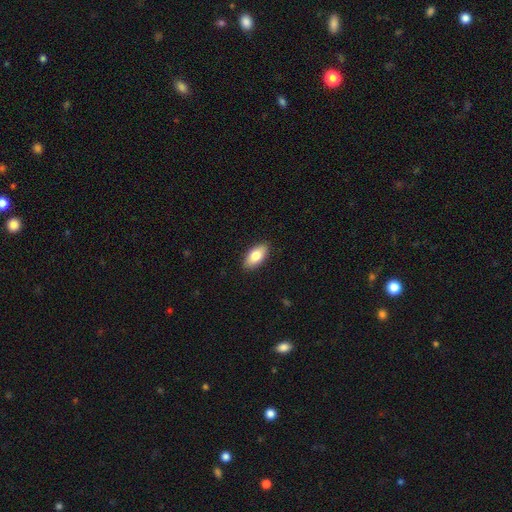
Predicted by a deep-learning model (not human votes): Smooth or featured?
  - smooth: 81% *
  - featured or disk: 13%
  - star or artifact: 6%
How rounded?
  - in between: 92% *
  - cigar-shaped: 5%
  - round: 3%
Merging?
  - none: 89% *
  - minor disturbance: 8%
  - major disturbance: 2%
  - merger: 1%